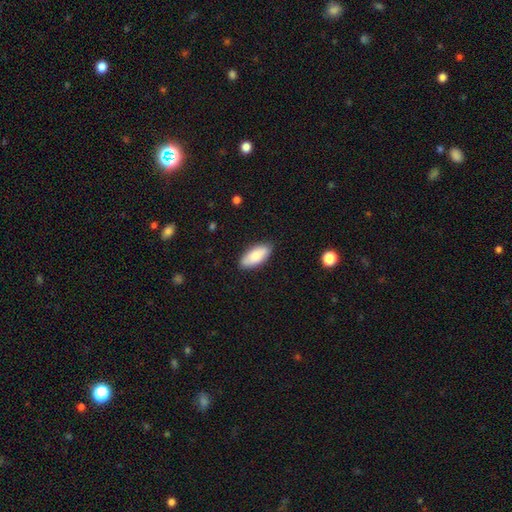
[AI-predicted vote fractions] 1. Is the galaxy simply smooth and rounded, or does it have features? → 83% smooth, 11% featured or disk, 6% star or artifact.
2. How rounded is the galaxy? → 88% in between, 10% cigar-shaped, 2% round.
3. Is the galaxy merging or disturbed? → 86% none, 11% minor disturbance, 2% major disturbance, 1% merger.